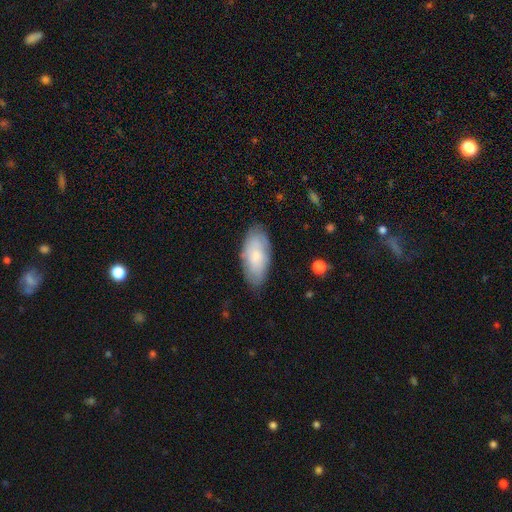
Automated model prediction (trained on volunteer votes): smooth-or-featured: smooth: 67% | featured or disk: 27% | star or artifact: 6%
  how-rounded: in between: 92% | cigar-shaped: 5% | round: 2%
  merging: none: 78% | minor disturbance: 17% | major disturbance: 4% | merger: 1%